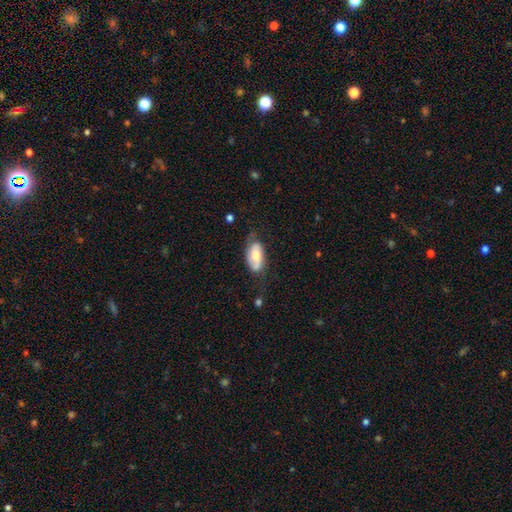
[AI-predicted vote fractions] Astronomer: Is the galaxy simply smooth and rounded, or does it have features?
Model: featured or disk — 47% (runner-up: smooth, 46%).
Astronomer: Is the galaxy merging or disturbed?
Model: none — 55% (runner-up: minor disturbance, 30%).